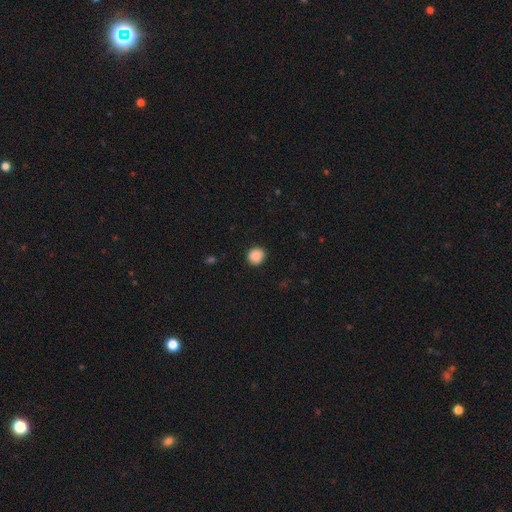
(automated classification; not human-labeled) smooth_or_featured: smooth (p=0.89) [alt: star or artifact p=0.09]
how_rounded: round (p=0.84) [alt: in between p=0.15]
merging: none (p=0.89) [alt: minor disturbance p=0.08]